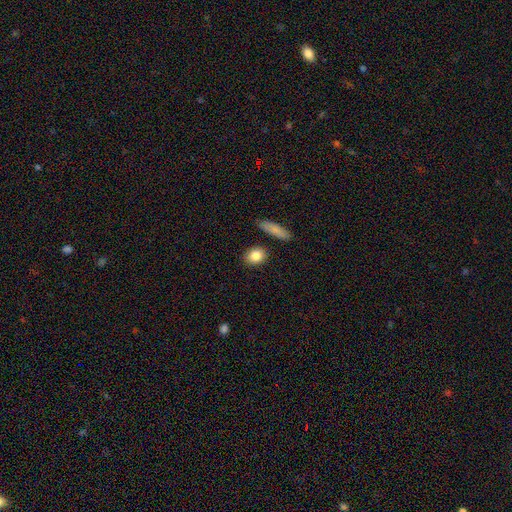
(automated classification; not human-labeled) This appears to be a smooth galaxy with no disk features (85%) that is in between round and cigar-shaped (52%). Merging: none (85%).